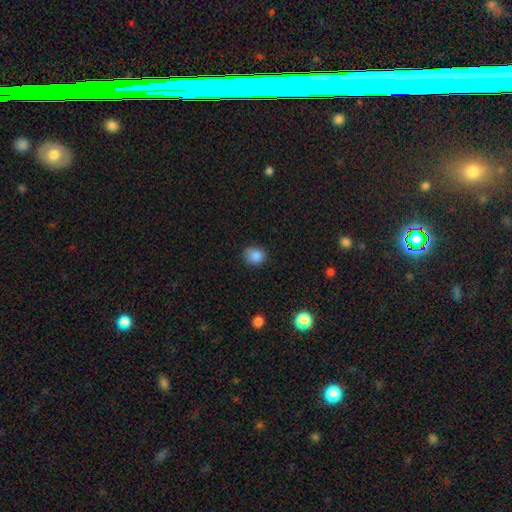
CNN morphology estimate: This is clearly a smooth galaxy (85%). How rounded: likely round (70%). Merging: likely none (75%).